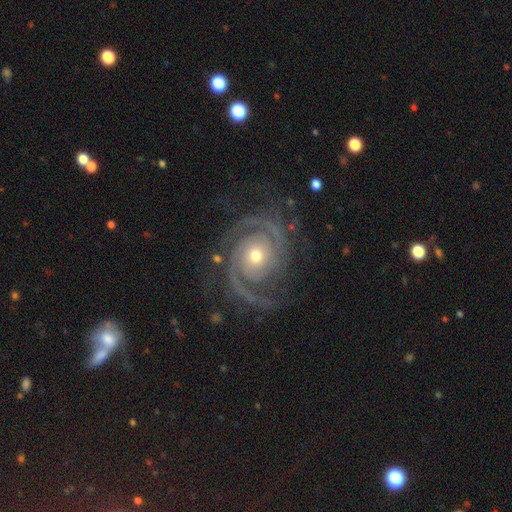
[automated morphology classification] A featured or disk galaxy (93%) with no bar (75%), 2 (79%) tight (58%) spiral arms (99%) and a moderate central bulge (54%).

Vote fractions:
- Smooth or featured? featured or disk: 93% / star or artifact: 4% / smooth: 3%
- Edge-on disk? no: 98% / yes: 2%
- Bar? no: 75% / weak: 17% / strong: 8%
- Spiral arms? yes: 99% / no: 1%
- Spiral winding? tight: 58% / medium: 36% / loose: 6%
- Spiral arm count? 2: 79% / 3: 10% / can't tell: 4% / 4: 3% / 1: 2% / more than 4: 2%
- Bulge size? moderate: 54% / small: 41% / large: 3% / dominant: 1% / none: 1%
- Merging? none: 78% / minor disturbance: 14% / major disturbance: 7% / merger: 2%